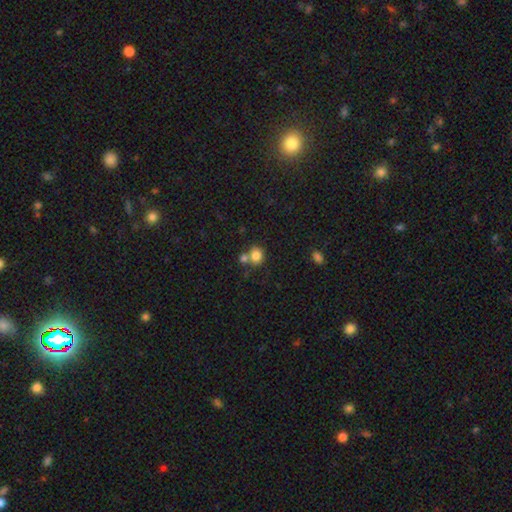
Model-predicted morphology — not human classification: Q: Smooth or featured?
A: smooth (82%); runner-up: star or artifact (11%)
Q: How rounded?
A: round (68%); runner-up: in between (31%)
Q: Merging?
A: none (52%); runner-up: merger (34%)